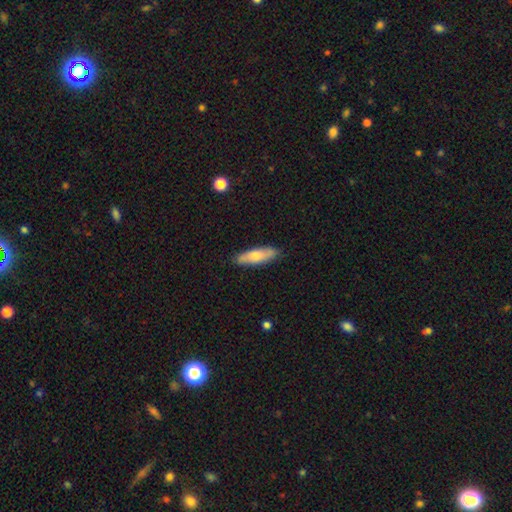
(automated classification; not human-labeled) Morphology: type=smooth (70%); roundness=cigar-shaped (55%); merging=none (87%).